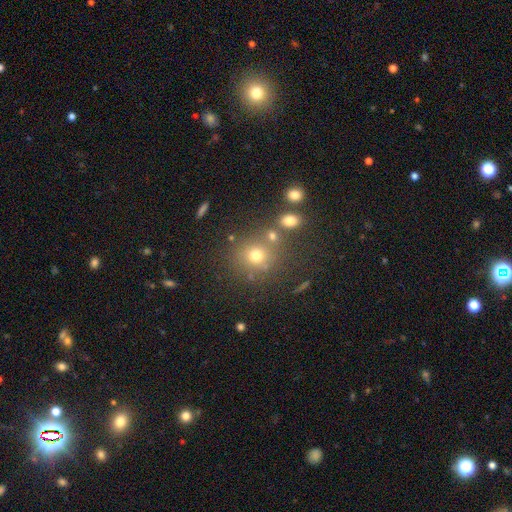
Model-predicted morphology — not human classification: This is likely a smooth galaxy (69%). How rounded: clearly round (81%). Merging: likely none (68%).